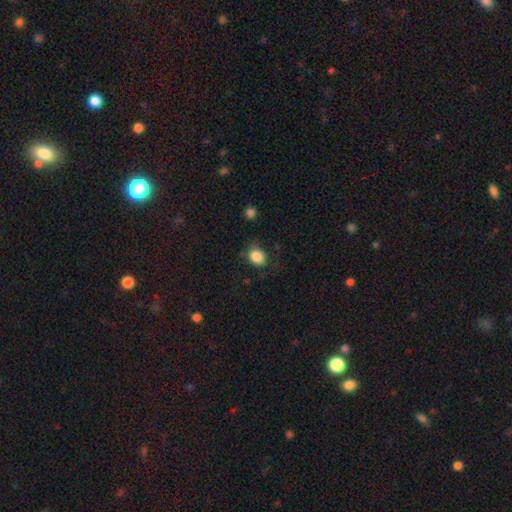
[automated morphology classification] Overall: smooth (85%). How rounded: round (52%; in between 47%). Merging: none (70%).